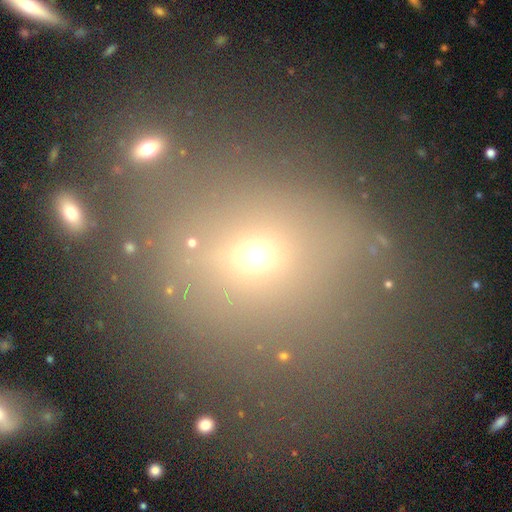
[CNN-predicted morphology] This appears to be a smooth galaxy with no disk features (61%) that is round (63%). Merging: none (67%).